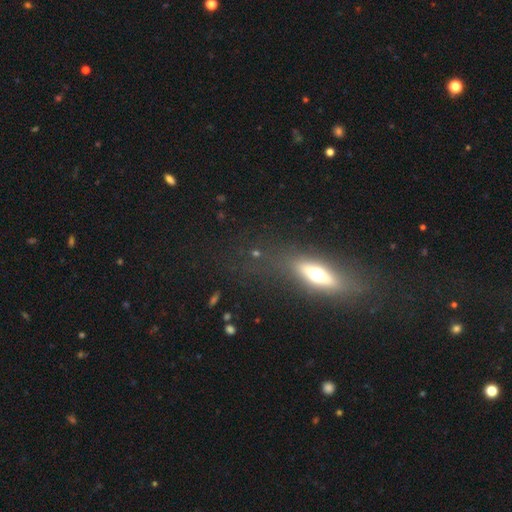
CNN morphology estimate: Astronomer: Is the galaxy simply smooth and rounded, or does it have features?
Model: smooth — 42% (runner-up: featured or disk, 38%).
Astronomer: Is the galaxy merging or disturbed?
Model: none — 67%.